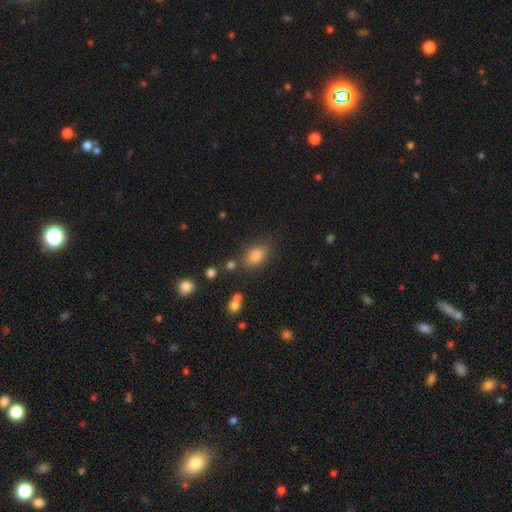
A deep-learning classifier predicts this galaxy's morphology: Smooth or featured?
  - smooth: 81% *
  - star or artifact: 11%
  - featured or disk: 8%
How rounded?
  - in between: 83% *
  - round: 14%
  - cigar-shaped: 3%
Merging?
  - none: 74% *
  - minor disturbance: 15%
  - merger: 6%
  - major disturbance: 5%